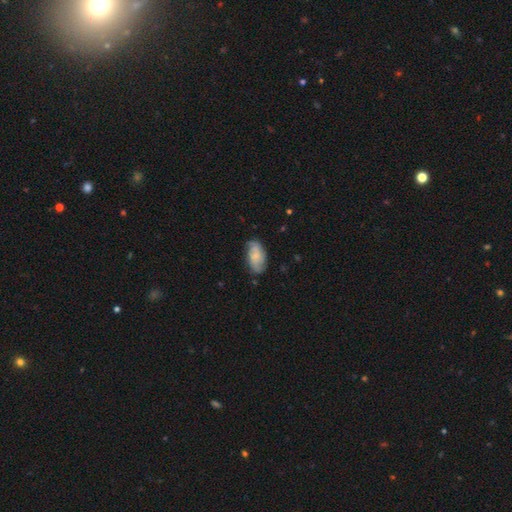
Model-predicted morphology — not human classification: Q: Smooth or featured?
A: featured or disk (48%); runner-up: smooth (45%)
Q: Merging?
A: none (73%); runner-up: minor disturbance (21%)